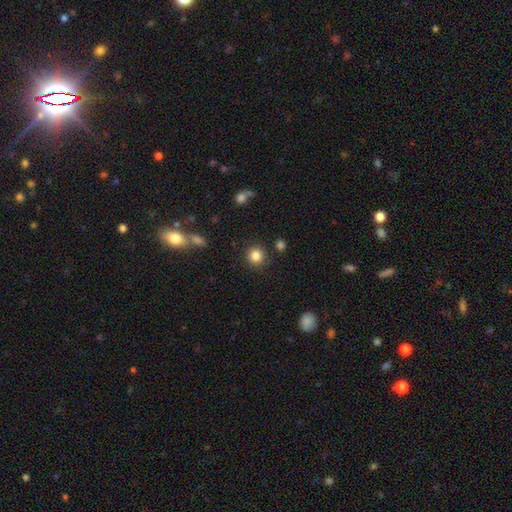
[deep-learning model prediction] smooth-or-featured: smooth: 84% | star or artifact: 11% | featured or disk: 5%
  how-rounded: round: 92% | in between: 7% | cigar-shaped: 1%
  merging: none: 88% | minor disturbance: 6% | merger: 3% | major disturbance: 3%